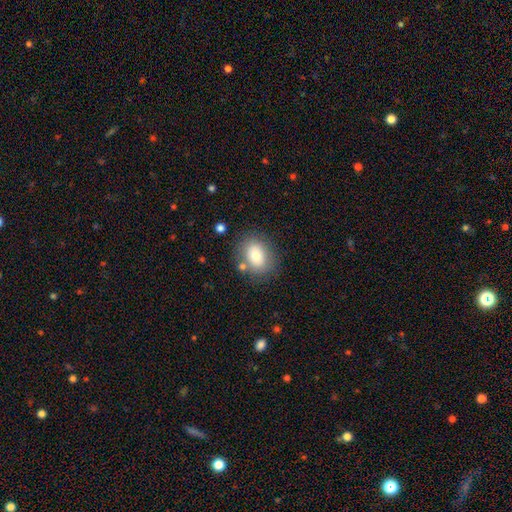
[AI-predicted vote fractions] Overall: smooth (77%). How rounded: in between (58%; round 41%). Merging: none (77%).